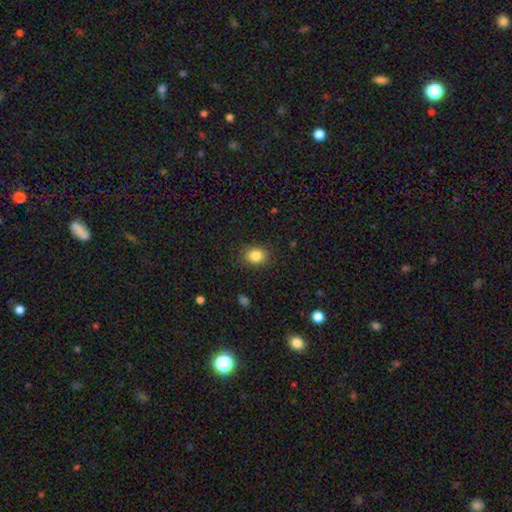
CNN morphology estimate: A smooth galaxy with no disk features (85%) that is round (58%). Merging: none (86%).